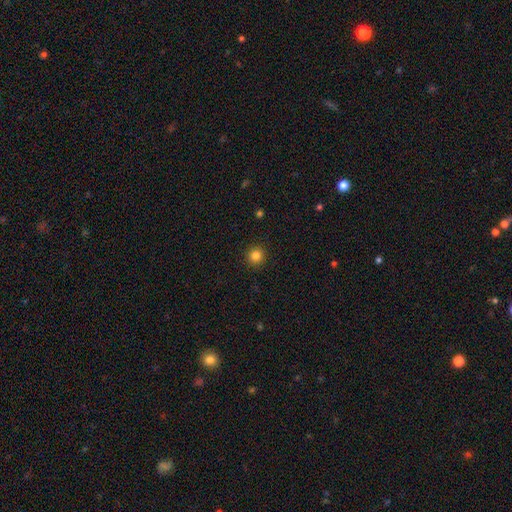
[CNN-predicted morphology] Overall: smooth (83%). How rounded: round (95%). Merging: none (93%).